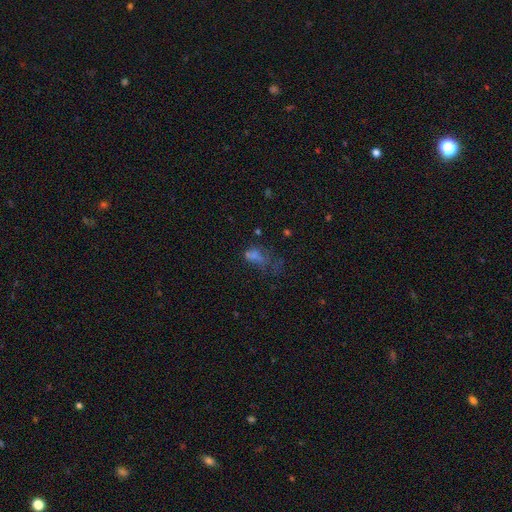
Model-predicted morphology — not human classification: The model was most divided on "merging": major disturbance: 39%, none: 29%, minor disturbance: 18%, merger: 15%. Remaining: smooth or featured — smooth (49%).